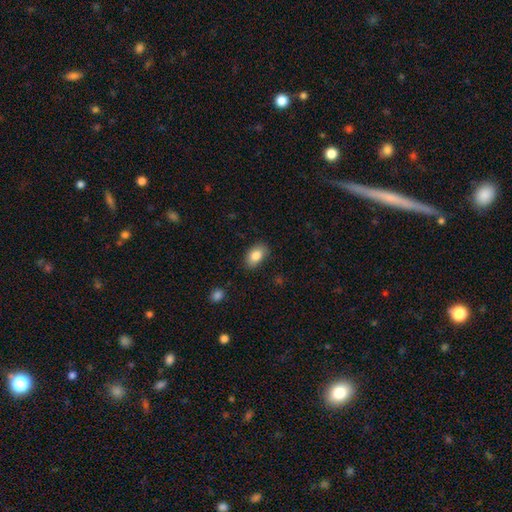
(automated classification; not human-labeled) Overall: smooth (84%). How rounded: in between (90%). Merging: none (84%).